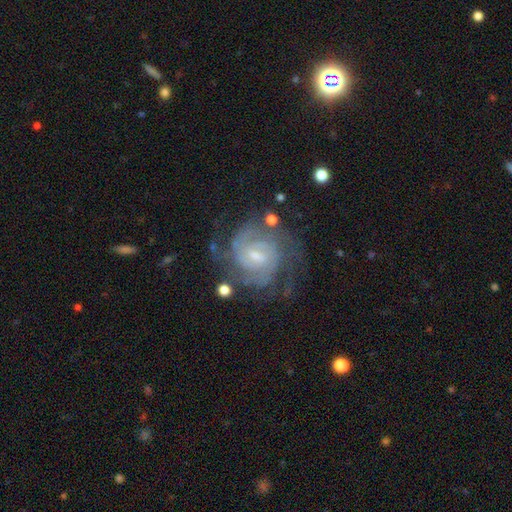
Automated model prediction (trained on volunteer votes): smooth-or-featured: featured or disk: 88% | smooth: 6% | star or artifact: 6%
  disk-edge-on: no: 98% | yes: 2%
    bar: weak: 56% | no: 30% | strong: 14%
    has-spiral-arms: yes: 97% | no: 3%
      spiral-winding: tight: 65% | medium: 30% | loose: 5%
      spiral-arm-count: 2: 32% | can't tell: 27% | 3: 20% | 4: 10% | more than 4: 5% | 1: 5%
    bulge-size: small: 60% | moderate: 33% | none: 5% | large: 2% | dominant: 1%
  merging: none: 70% | minor disturbance: 17% | major disturbance: 11% | merger: 3%